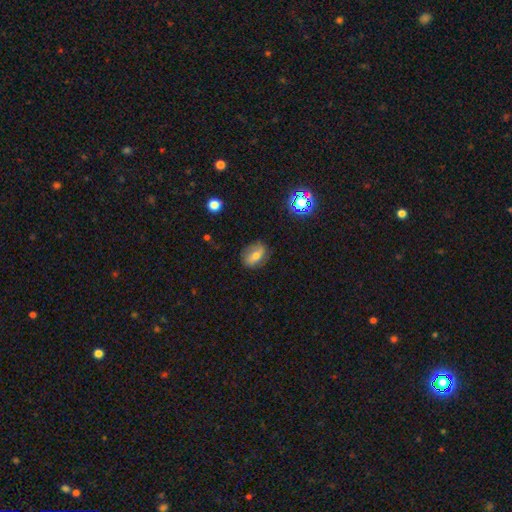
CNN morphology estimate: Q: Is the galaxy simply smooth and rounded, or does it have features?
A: smooth — 58%.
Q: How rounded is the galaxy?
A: in between — 75%.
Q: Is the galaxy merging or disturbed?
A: none — 79%.